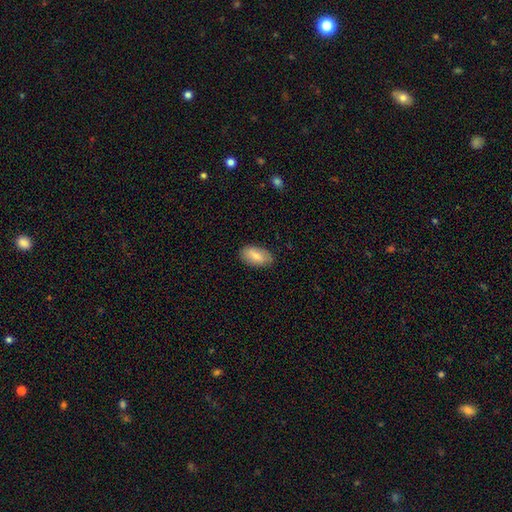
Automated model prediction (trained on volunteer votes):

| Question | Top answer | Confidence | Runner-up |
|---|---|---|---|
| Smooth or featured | smooth | 76% | featured or disk (17%) |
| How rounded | in between | 93% | round (4%) |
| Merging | none | 85% | minor disturbance (12%) |